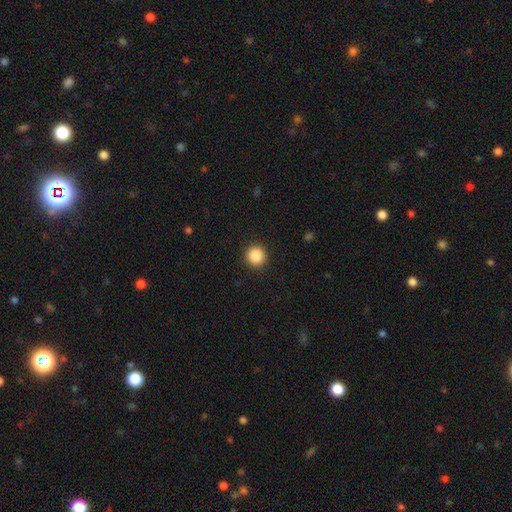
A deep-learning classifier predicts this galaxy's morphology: smooth-or-featured: smooth: 88% | star or artifact: 9% | featured or disk: 3%
  how-rounded: round: 95% | in between: 4% | cigar-shaped: 1%
  merging: none: 92% | minor disturbance: 5% | major disturbance: 2% | merger: 1%